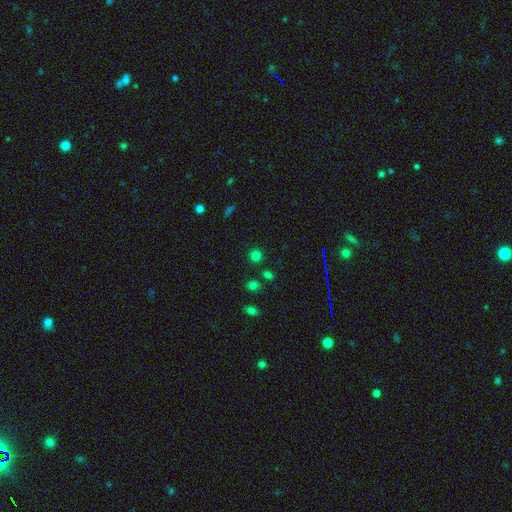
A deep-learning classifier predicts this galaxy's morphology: Q: Smooth or featured?
A: smooth (76%); runner-up: star or artifact (19%)
Q: How rounded?
A: round (91%); runner-up: in between (8%)
Q: Merging?
A: none (85%); runner-up: minor disturbance (7%)